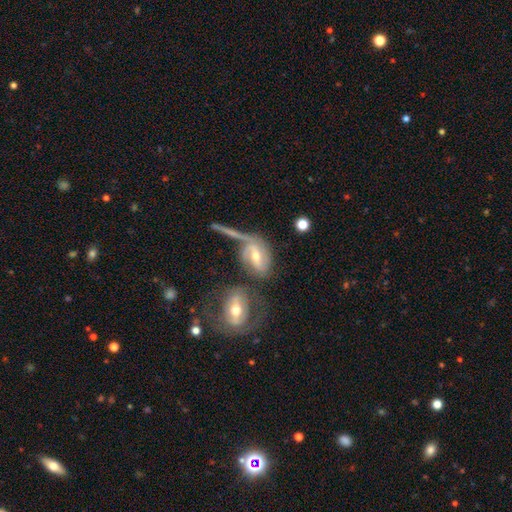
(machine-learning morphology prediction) featured or disk 66%, smooth 25%, star or artifact 9%. Down the decision tree: edge-on disk — no (88%); bar — weak (43%); spiral arms — yes (81%); bulge size — moderate (62%); merging — none (42%).